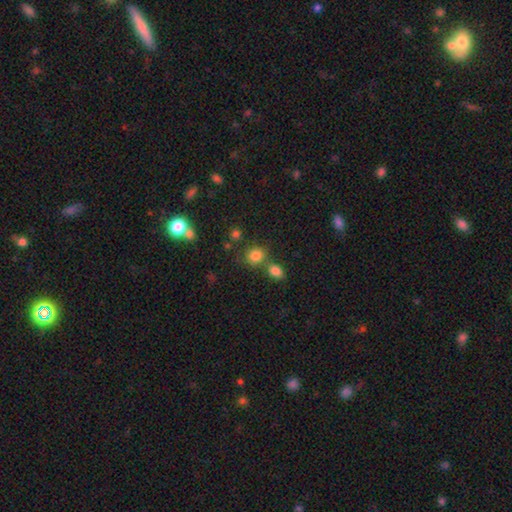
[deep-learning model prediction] Smooth or featured: smooth — 81% (star or artifact — 13%)
How rounded: round — 74% (in between — 25%)
Merging: none — 60% (merger — 26%)